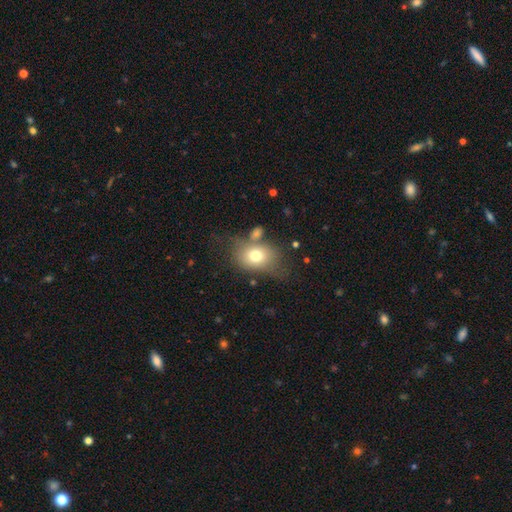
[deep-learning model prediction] Q: Smooth or featured?
A: smooth (72%); runner-up: featured or disk (18%)
Q: How rounded?
A: in between (67%); runner-up: round (32%)
Q: Merging?
A: none (51%); runner-up: minor disturbance (23%)